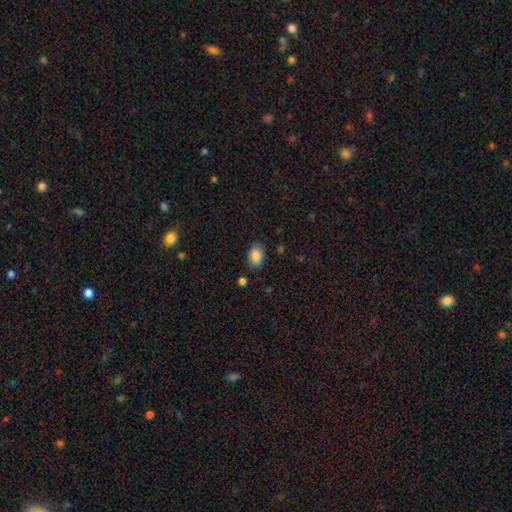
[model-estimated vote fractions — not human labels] Smooth or featured? Predicted: smooth (p=0.87). How rounded? Predicted: in between (p=0.87). Merging? Predicted: none (p=0.82).